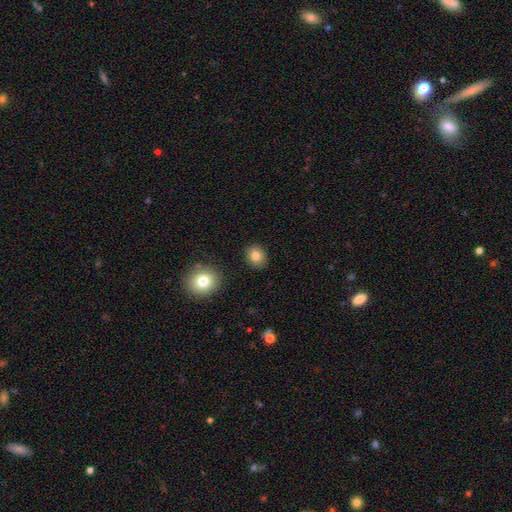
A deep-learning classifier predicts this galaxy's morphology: smooth_or_featured: smooth (p=0.81) [alt: star or artifact p=0.10]
how_rounded: round (p=0.68) [alt: in between p=0.31]
merging: none (p=0.89) [alt: minor disturbance p=0.07]